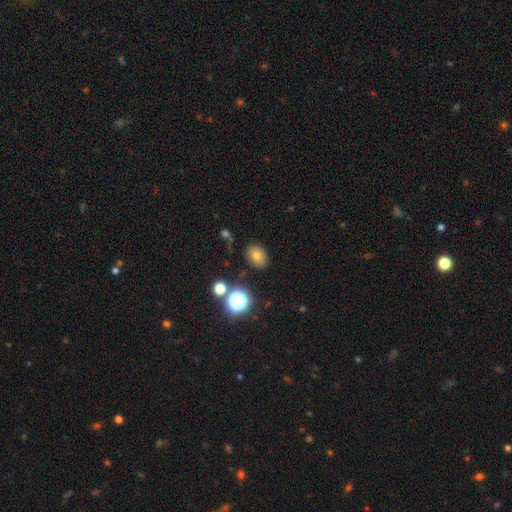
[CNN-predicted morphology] This appears to be a smooth galaxy with no disk features (73%) that is in between round and cigar-shaped (63%). Merging: none (79%).